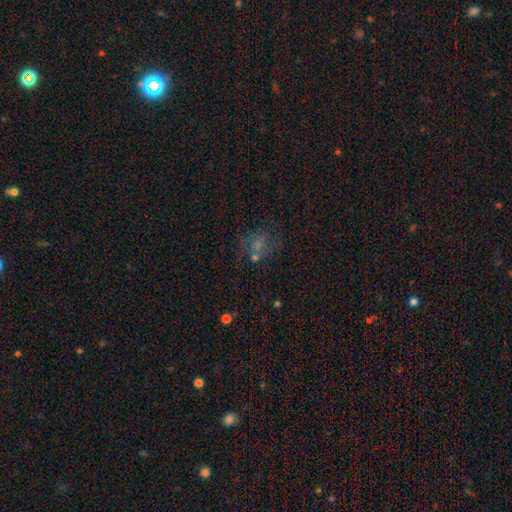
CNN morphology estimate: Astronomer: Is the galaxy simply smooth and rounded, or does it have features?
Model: featured or disk — 44% (runner-up: smooth, 29%).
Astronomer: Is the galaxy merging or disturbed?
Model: none — 56%.